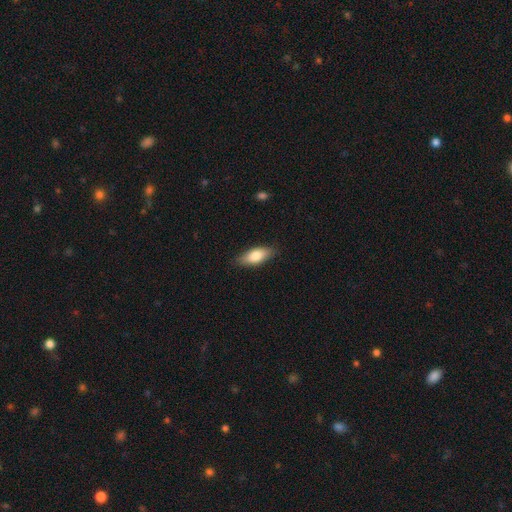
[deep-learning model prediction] Overall: smooth (79%). How rounded: in between (78%). Merging: none (86%).